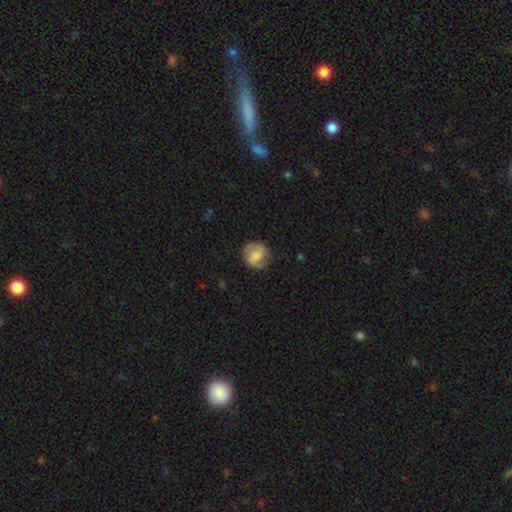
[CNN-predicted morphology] Q: Smooth or featured?
A: smooth (47%); runner-up: featured or disk (45%)
Q: Merging?
A: none (79%); runner-up: minor disturbance (15%)